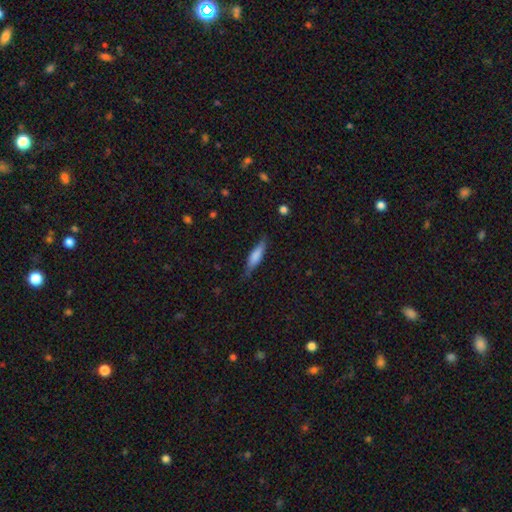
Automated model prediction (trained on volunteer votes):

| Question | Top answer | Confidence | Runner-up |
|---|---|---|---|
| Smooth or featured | smooth | 73% | featured or disk (21%) |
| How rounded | cigar-shaped | 65% | in between (33%) |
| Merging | none | 74% | minor disturbance (21%) |